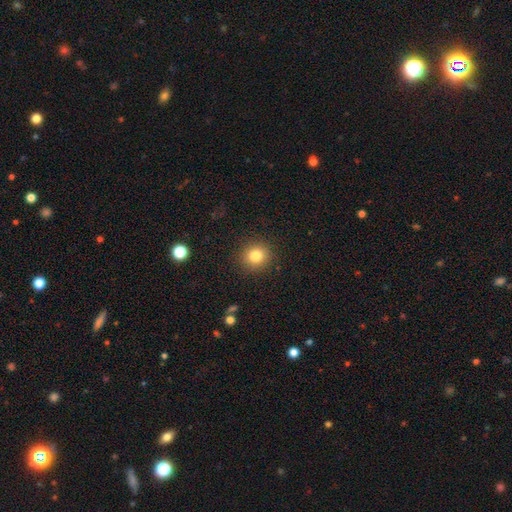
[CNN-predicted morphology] Q: Smooth or featured?
A: smooth (82%); runner-up: star or artifact (11%)
Q: How rounded?
A: round (87%); runner-up: in between (12%)
Q: Merging?
A: none (89%); runner-up: minor disturbance (7%)